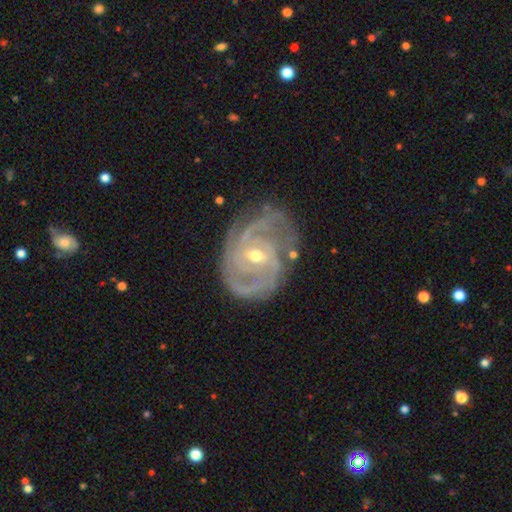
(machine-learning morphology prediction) smooth-or-featured: featured or disk: 90% | smooth: 5% | star or artifact: 5%
  disk-edge-on: no: 97% | yes: 3%
    bar: weak: 47% | no: 33% | strong: 20%
    has-spiral-arms: yes: 97% | no: 3%
      spiral-winding: tight: 63% | medium: 31% | loose: 6%
      spiral-arm-count: 2: 37% | 3: 28% | can't tell: 17% | 4: 8% | 1: 5% | more than 4: 5%
    bulge-size: moderate: 49% | small: 48% | large: 1% | none: 1% | dominant: 1%
  merging: none: 65% | minor disturbance: 22% | major disturbance: 10% | merger: 2%